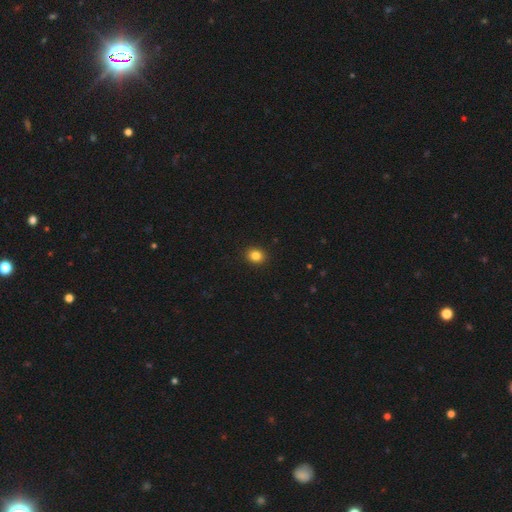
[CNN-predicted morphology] Smooth or featured: smooth — 84% (star or artifact — 11%)
How rounded: round — 69% (in between — 30%)
Merging: none — 92% (minor disturbance — 5%)